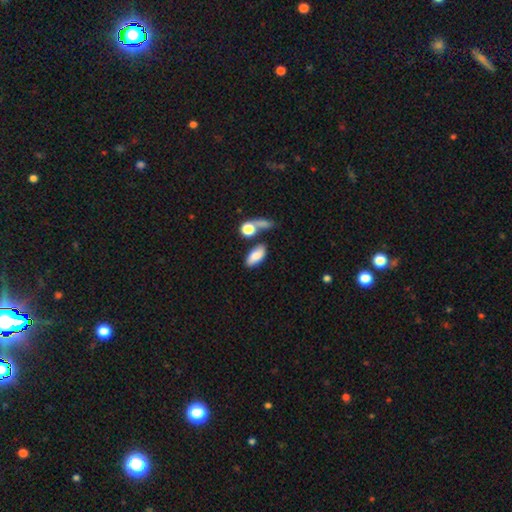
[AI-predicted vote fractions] smooth_or_featured: smooth (p=0.77) [alt: featured or disk p=0.15]
how_rounded: in between (p=0.87) [alt: cigar-shaped p=0.08]
merging: none (p=0.63) [alt: minor disturbance p=0.15]